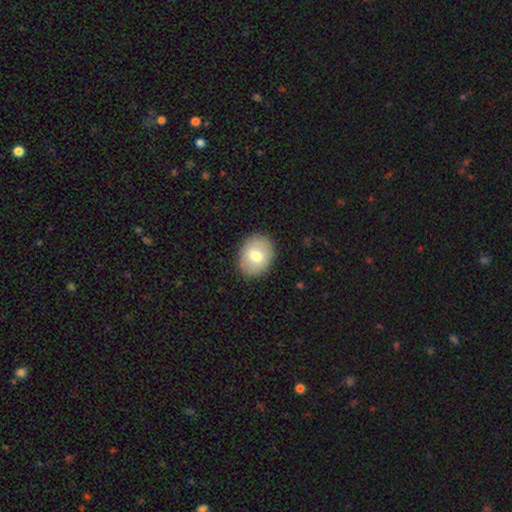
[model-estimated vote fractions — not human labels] Overall: smooth (72%). How rounded: in between (57%; round 42%). Merging: none (88%).